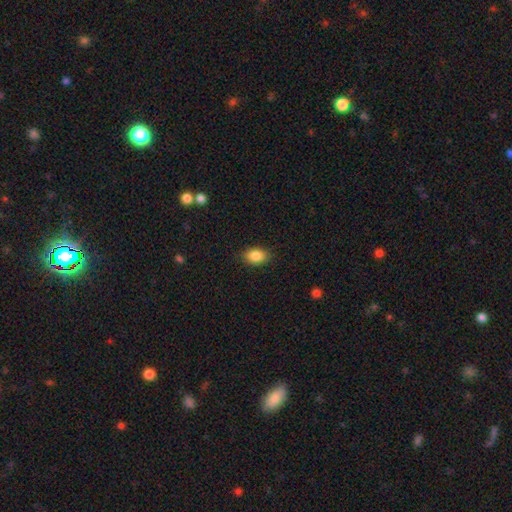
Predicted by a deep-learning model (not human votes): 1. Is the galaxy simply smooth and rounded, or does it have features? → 87% smooth, 8% star or artifact, 5% featured or disk.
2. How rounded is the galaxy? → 83% in between, 16% round, 1% cigar-shaped.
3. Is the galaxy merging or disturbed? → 87% none, 10% minor disturbance, 2% major disturbance, 1% merger.